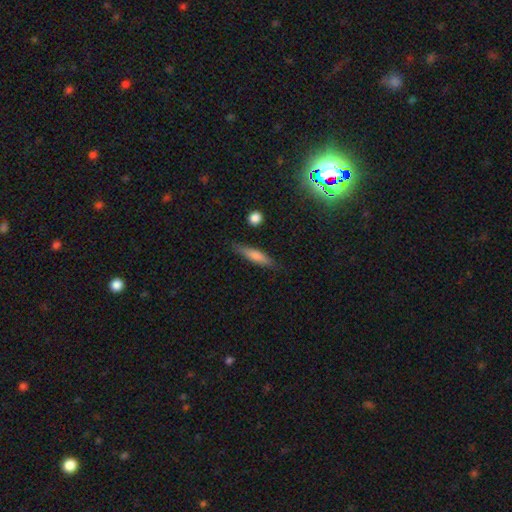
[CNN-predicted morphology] This is likely a smooth galaxy (65%). How rounded: clearly cigar-shaped (81%). Merging: clearly none (83%).